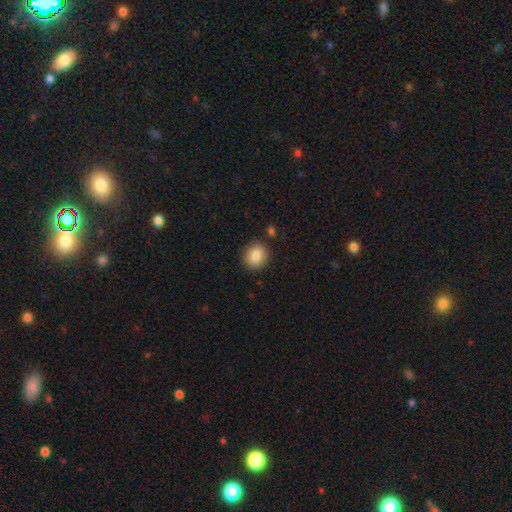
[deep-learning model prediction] smooth_or_featured: smooth (p=0.86) [alt: star or artifact p=0.08]
how_rounded: round (p=0.77) [alt: in between p=0.22]
merging: none (p=0.87) [alt: minor disturbance p=0.08]